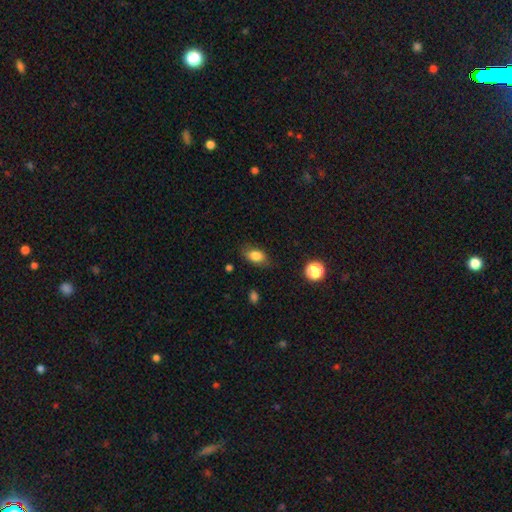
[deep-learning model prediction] smooth-or-featured: smooth: 83% | star or artifact: 9% | featured or disk: 8%
  how-rounded: in between: 85% | round: 11% | cigar-shaped: 3%
  merging: none: 80% | minor disturbance: 15% | major disturbance: 4% | merger: 1%